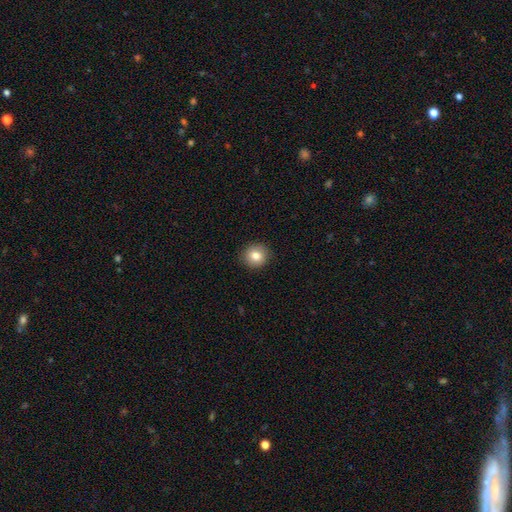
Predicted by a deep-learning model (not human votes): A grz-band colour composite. It shows a smooth galaxy with no disk features (81%) that is round (92%). Merging: none (91%).